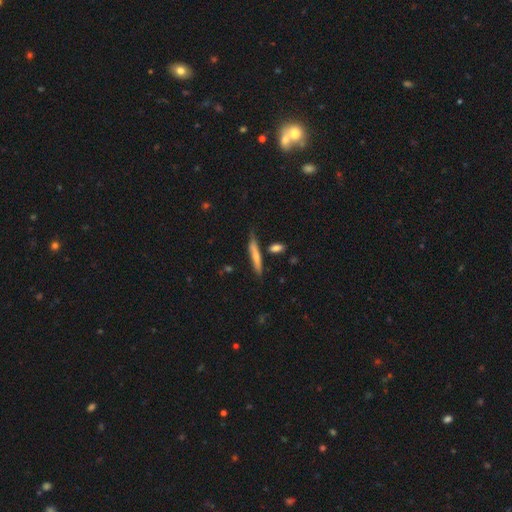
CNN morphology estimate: Smooth or featured? smooth (63%)
How rounded? cigar-shaped (90%)
Merging? none (71%)